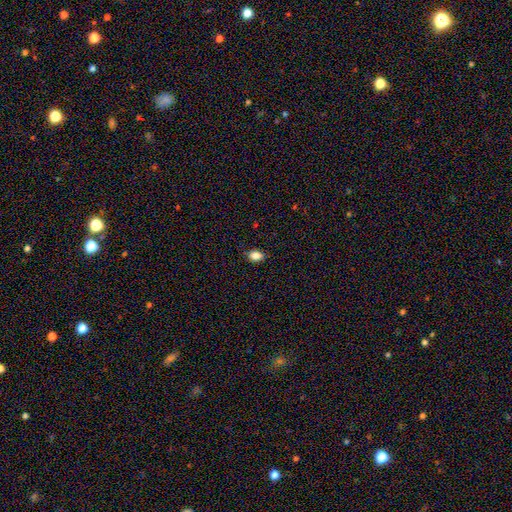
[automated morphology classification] Overall: smooth (86%). How rounded: in between (74%). Merging: none (86%).